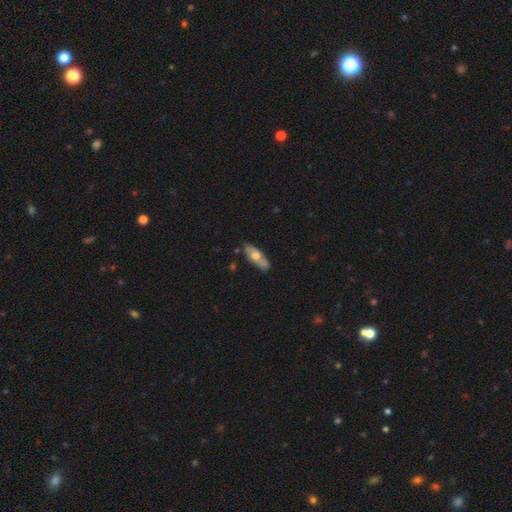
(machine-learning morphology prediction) smooth-or-featured: smooth: 52% | featured or disk: 42% | star or artifact: 6%
  how-rounded: in between: 71% | cigar-shaped: 26% | round: 3%
  merging: none: 76% | minor disturbance: 17% | merger: 4% | major disturbance: 3%